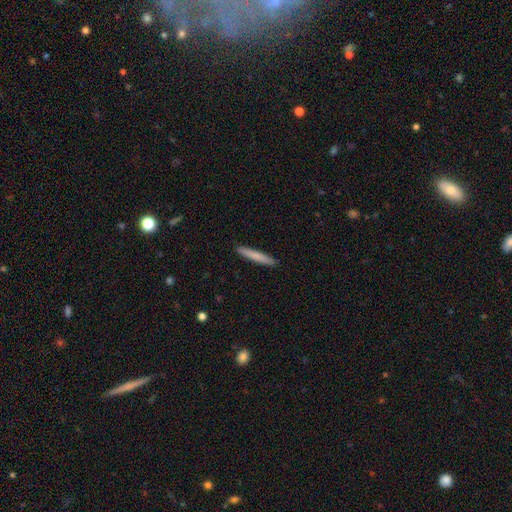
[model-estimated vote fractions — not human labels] This appears to be a smooth galaxy with no disk features (77%) that is cigar-shaped (96%). Merging: none (92%).